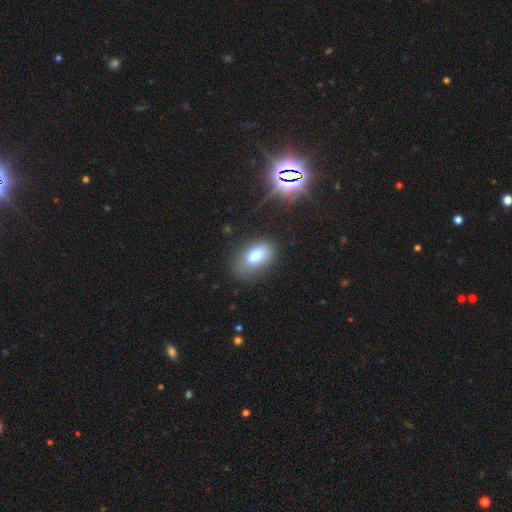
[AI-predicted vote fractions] A smooth galaxy with no disk features (79%) that is in between round and cigar-shaped (92%).

Vote fractions:
- Smooth or featured? smooth: 79% / star or artifact: 11% / featured or disk: 10%
- How rounded? in between: 92% / round: 6% / cigar-shaped: 2%
- Merging? none: 72% / minor disturbance: 19% / major disturbance: 7% / merger: 2%